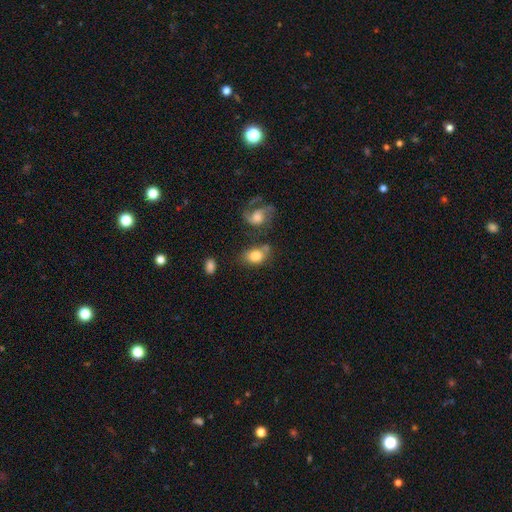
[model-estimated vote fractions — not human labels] Smooth or featured: smooth — 75% (featured or disk — 17%)
How rounded: in between — 71% (round — 27%)
Merging: none — 56% (minor disturbance — 18%)